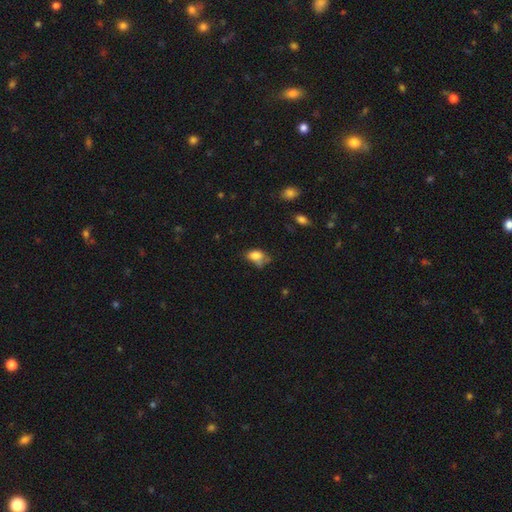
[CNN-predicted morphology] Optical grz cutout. It shows a smooth galaxy with no disk features (76%) that is in between round and cigar-shaped (83%). Merging: none (38%).